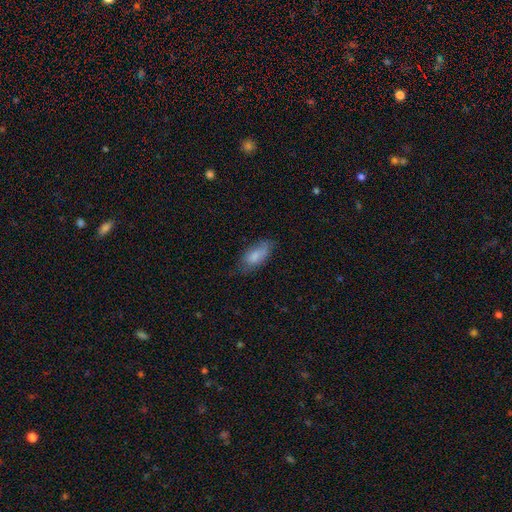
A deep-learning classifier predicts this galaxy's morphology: smooth_or_featured: smooth (p=0.78) [alt: featured or disk p=0.15]
how_rounded: in between (p=0.85) [alt: cigar-shaped p=0.13]
merging: none (p=0.60) [alt: minor disturbance p=0.29]